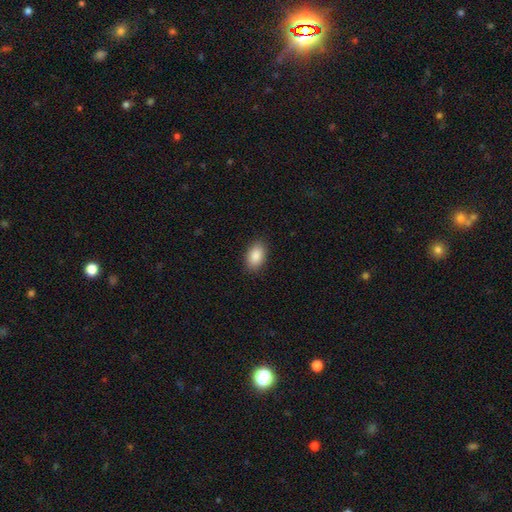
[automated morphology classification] Smooth or featured? smooth (89%)
How rounded? in between (92%)
Merging? none (89%)